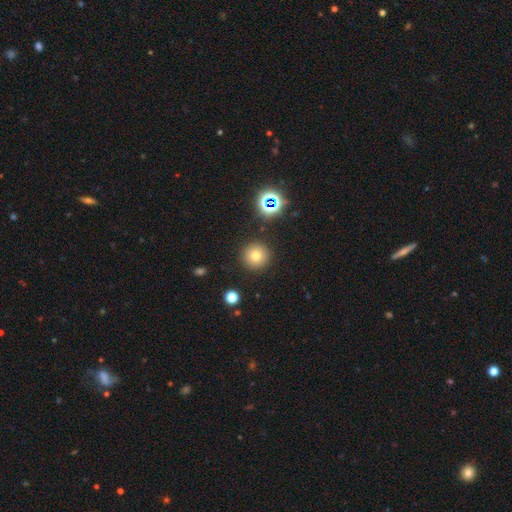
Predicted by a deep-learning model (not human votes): Smooth or featured: smooth — 74% (star or artifact — 17%)
How rounded: round — 96% (in between — 3%)
Merging: none — 90% (minor disturbance — 6%)